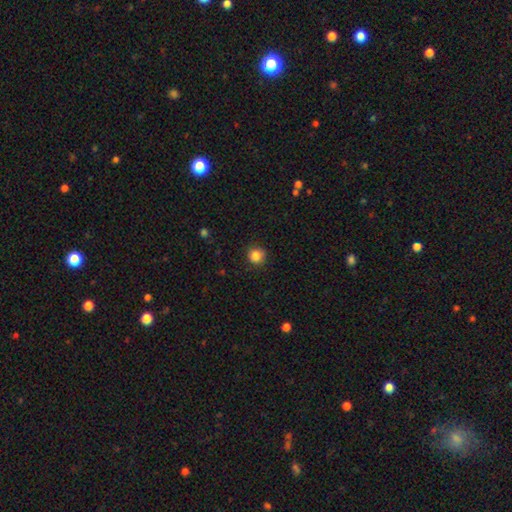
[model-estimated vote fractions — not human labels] A smooth galaxy with no disk features (85%) that is round (92%). Merging: none (89%).